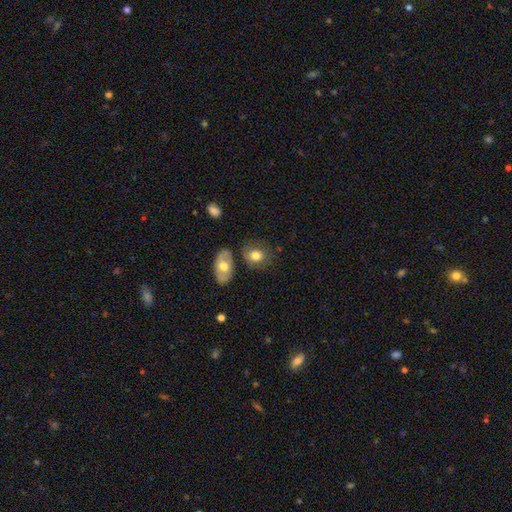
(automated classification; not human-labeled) The model was most divided on "how rounded": in between: 50%, round: 49%, cigar-shaped: 2%. More confident: smooth or featured — smooth (74%); merging — none (68%).